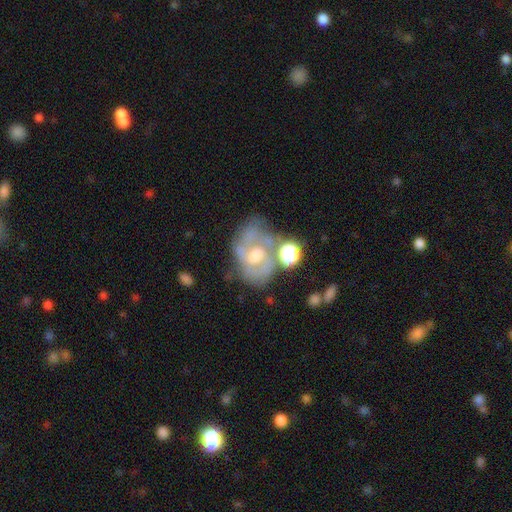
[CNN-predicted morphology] smooth-or-featured: featured or disk: 73% | smooth: 17% | star or artifact: 10%
  disk-edge-on: no: 97% | yes: 3%
    bar: no: 58% | weak: 35% | strong: 7%
    has-spiral-arms: yes: 77% | no: 23%
      spiral-winding: medium: 45% | tight: 37% | loose: 18%
      spiral-arm-count: 2: 53% | can't tell: 29% | 3: 8% | 1: 6% | 4: 2% | more than 4: 2%
    bulge-size: moderate: 64% | small: 25% | large: 7% | none: 3% | dominant: 1%
  merging: none: 43% | minor disturbance: 23% | merger: 17% | major disturbance: 17%